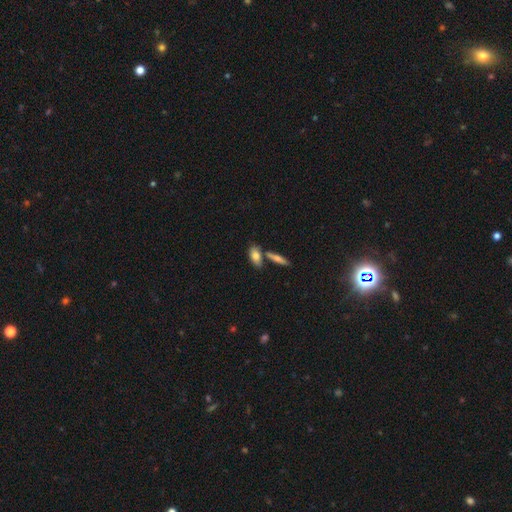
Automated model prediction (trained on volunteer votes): This is likely a smooth galaxy (77%). How rounded: likely in between (77%). Merging: likely none (60%).